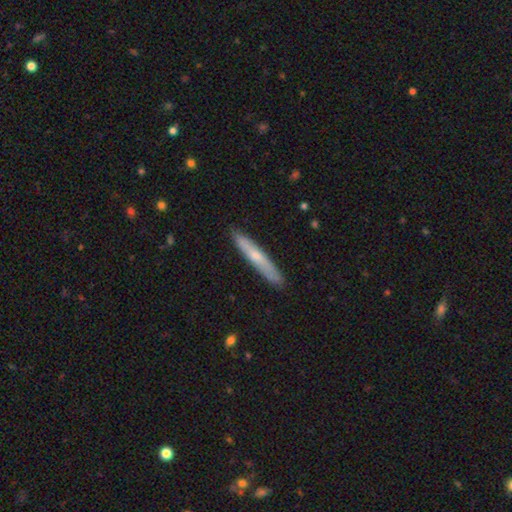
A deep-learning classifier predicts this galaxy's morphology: smooth-or-featured: smooth: 57% | featured or disk: 37% | star or artifact: 6%
  how-rounded: cigar-shaped: 94% | in between: 4% | round: 1%
  merging: none: 89% | minor disturbance: 9% | major disturbance: 1% | merger: 1%